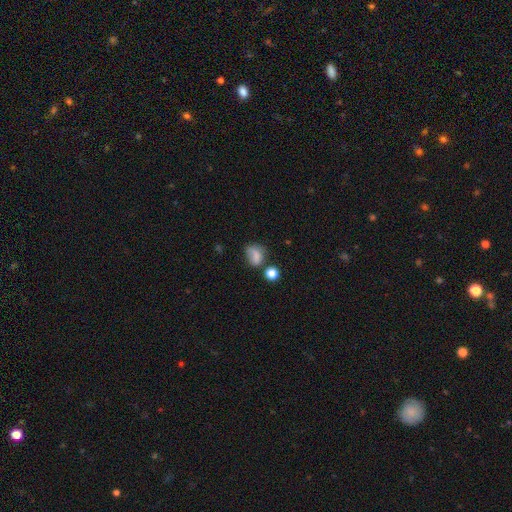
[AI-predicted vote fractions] A smooth galaxy with no disk features (75%) that is in between round and cigar-shaped (61%). Merging: none (41%).